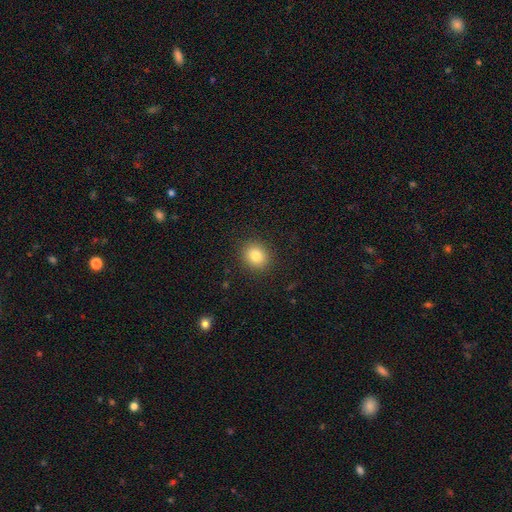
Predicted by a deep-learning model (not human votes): Smooth or featured? smooth (82%)
How rounded? round (76%)
Merging? none (90%)